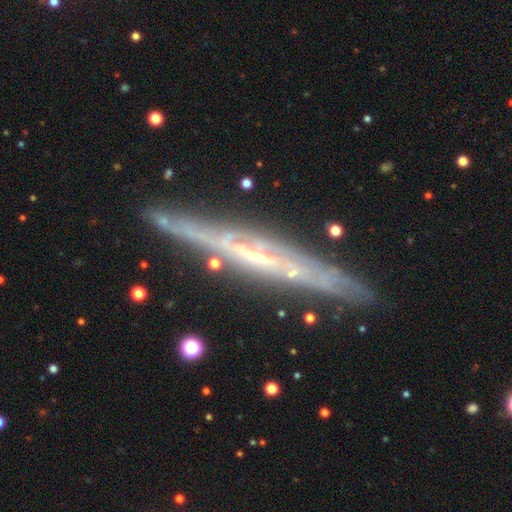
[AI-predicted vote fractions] A featured or disk galaxy (78%) viewed edge-on (94%) with no central bulge (70%). Merging: none (86%).